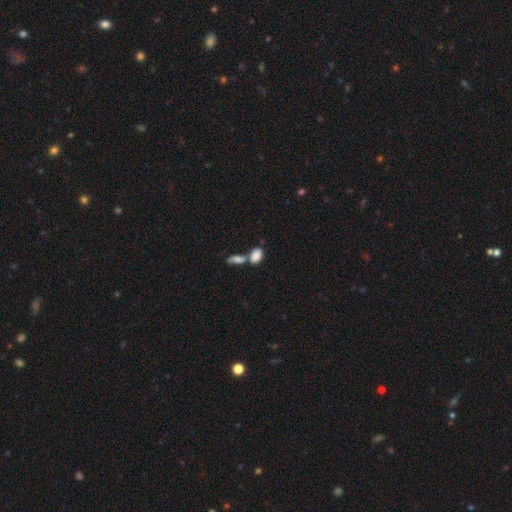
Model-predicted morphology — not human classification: A smooth galaxy with no disk features (82%) that is in between round and cigar-shaped (87%).

Vote fractions:
- Smooth or featured? smooth: 82% / featured or disk: 10% / star or artifact: 8%
- How rounded? in between: 87% / round: 10% / cigar-shaped: 3%
- Merging? merger: 57% / none: 29% / minor disturbance: 10% / major disturbance: 5%